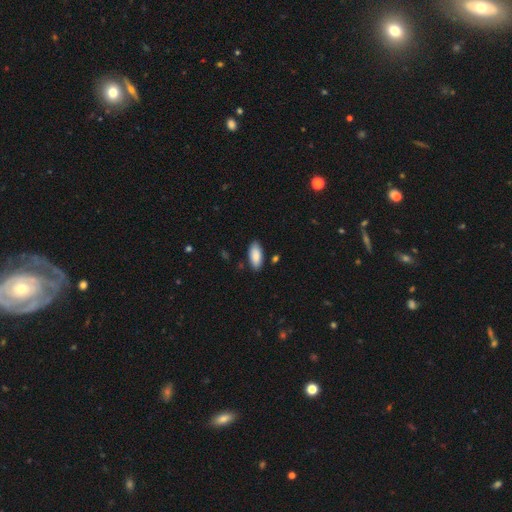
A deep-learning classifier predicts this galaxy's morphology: smooth_or_featured: smooth (p=0.88) [alt: featured or disk p=0.06]
how_rounded: in between (p=0.88) [alt: cigar-shaped p=0.11]
merging: none (p=0.85) [alt: minor disturbance p=0.11]